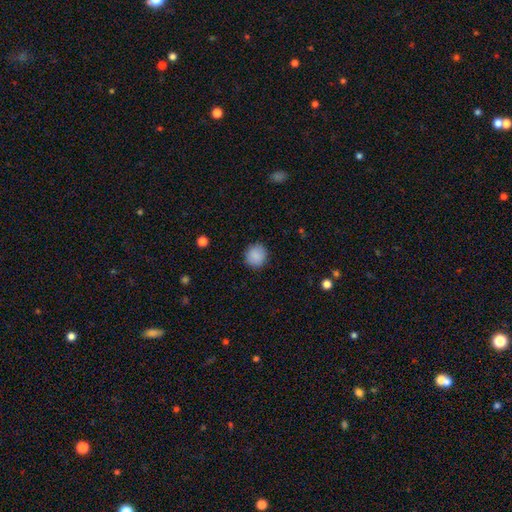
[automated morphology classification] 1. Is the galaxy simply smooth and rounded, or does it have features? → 89% smooth, 8% star or artifact, 3% featured or disk.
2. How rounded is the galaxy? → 92% round, 7% in between, 1% cigar-shaped.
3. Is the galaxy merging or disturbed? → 90% none, 7% minor disturbance, 2% major disturbance, 1% merger.